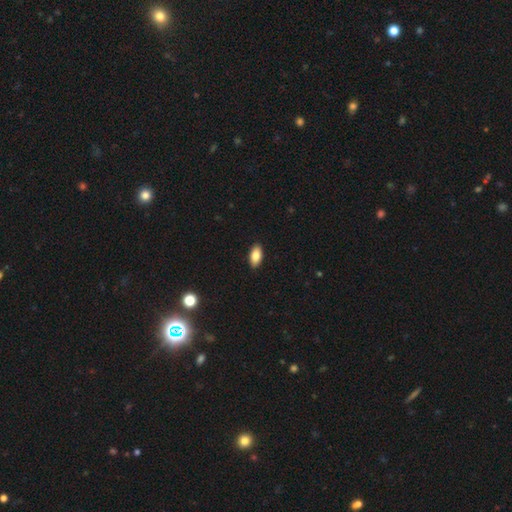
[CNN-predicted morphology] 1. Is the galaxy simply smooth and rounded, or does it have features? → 84% smooth, 10% featured or disk, 7% star or artifact.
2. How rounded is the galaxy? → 92% in between, 6% cigar-shaped, 3% round.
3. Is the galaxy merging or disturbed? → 90% none, 7% minor disturbance, 2% major disturbance, 1% merger.